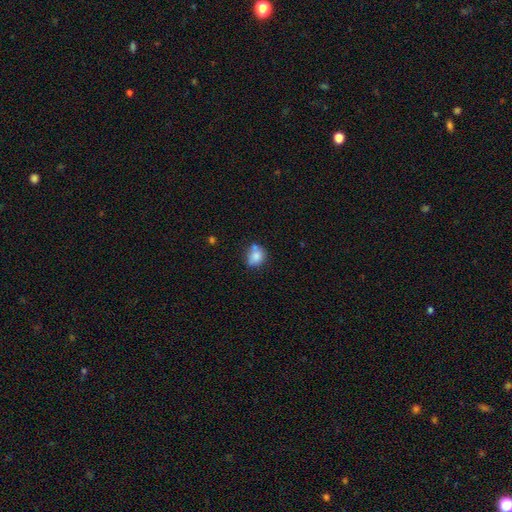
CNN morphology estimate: smooth 80%, featured or disk 11%, star or artifact 9%. Down the decision tree: how rounded — round (56%); merging — none (50%).